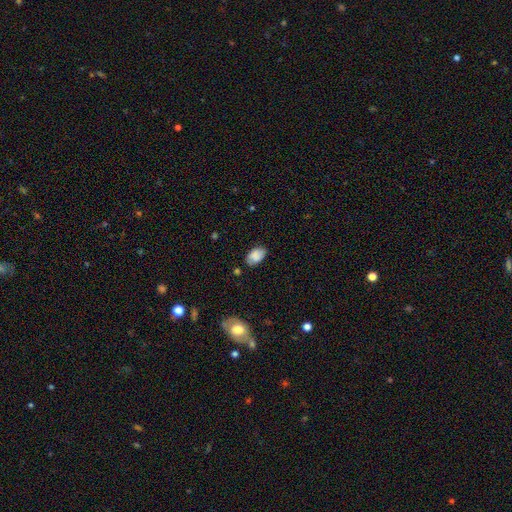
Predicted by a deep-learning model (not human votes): Overall: smooth (79%). How rounded: in between (91%). Merging: none (76%).